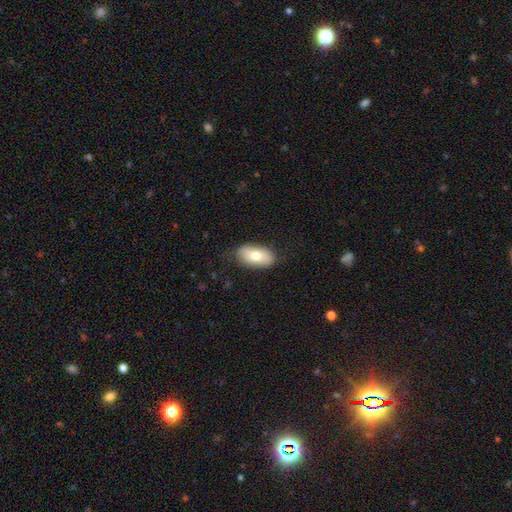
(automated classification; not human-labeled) This appears to be a smooth galaxy with no disk features (76%) that is in between round and cigar-shaped (93%). Merging: none (81%).